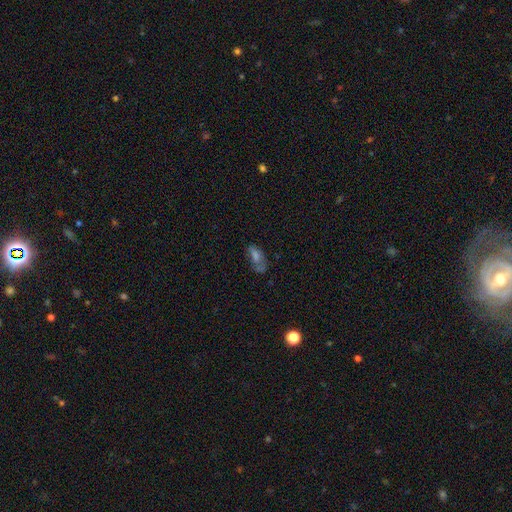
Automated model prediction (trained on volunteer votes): Smooth or featured? smooth (42%)
Merging? none (45%)